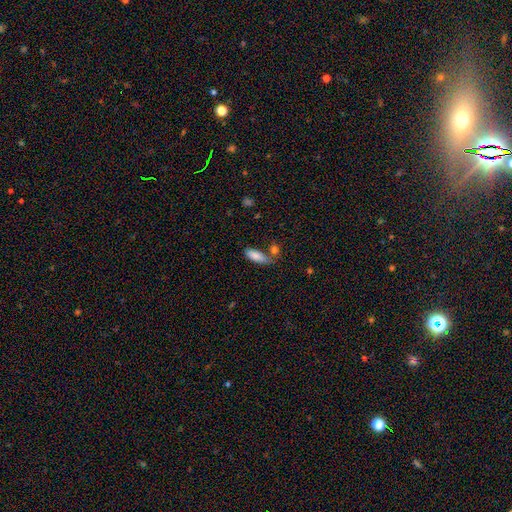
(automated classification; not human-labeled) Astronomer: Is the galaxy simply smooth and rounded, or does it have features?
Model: smooth — 84%.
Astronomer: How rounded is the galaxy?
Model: in between — 71%.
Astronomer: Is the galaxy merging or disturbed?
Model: none — 54%.